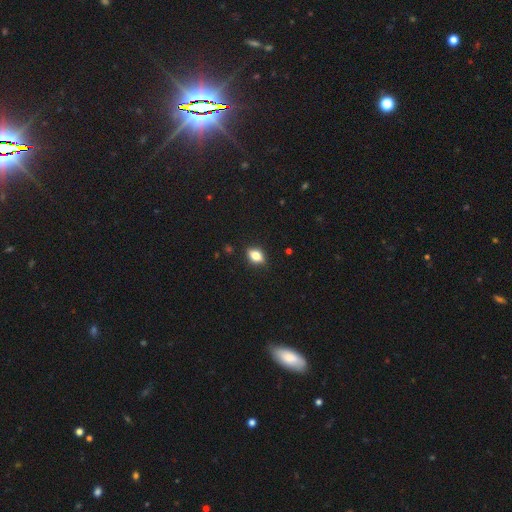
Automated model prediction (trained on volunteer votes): This is likely a smooth galaxy (77%). How rounded: likely in between (80%). Merging: clearly none (85%).